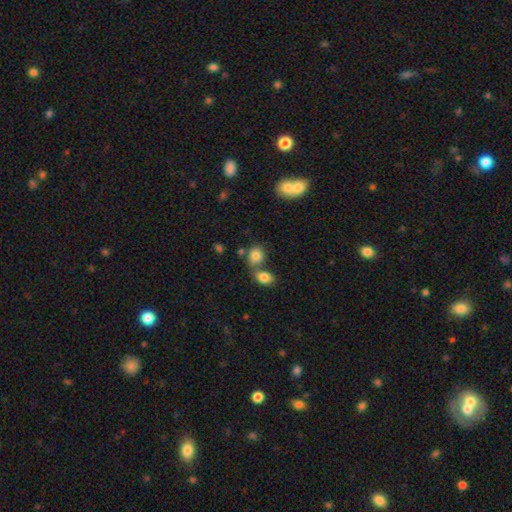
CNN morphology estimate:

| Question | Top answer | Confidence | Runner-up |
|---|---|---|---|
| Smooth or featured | smooth | 82% | star or artifact (10%) |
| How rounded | round | 50% | in between (48%) |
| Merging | none | 45% | merger (41%) |